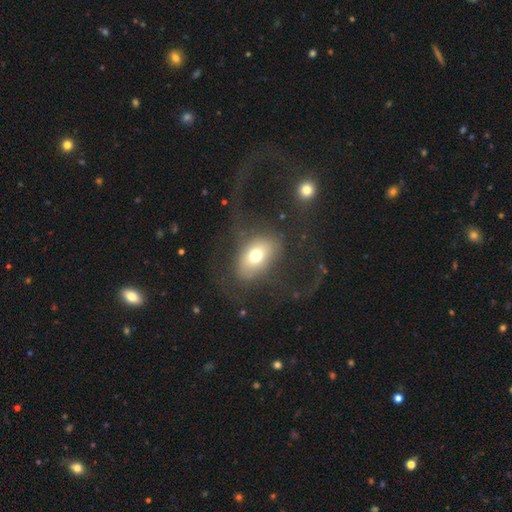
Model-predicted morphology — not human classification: Smooth or featured: smooth — 62% (featured or disk — 28%)
How rounded: in between — 81% (round — 18%)
Merging: none — 52% (major disturbance — 30%)